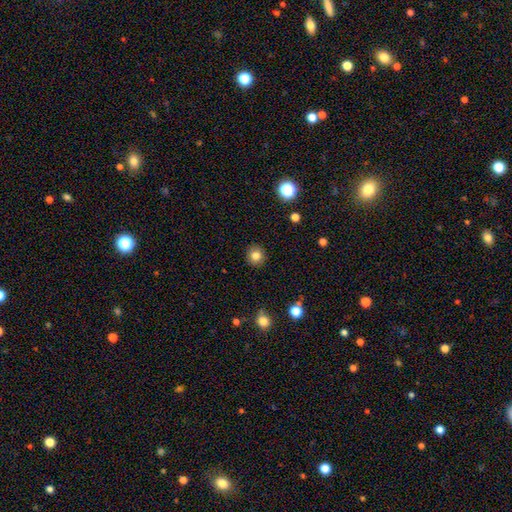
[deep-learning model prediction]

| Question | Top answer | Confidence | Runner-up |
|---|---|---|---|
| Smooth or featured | smooth | 81% | star or artifact (12%) |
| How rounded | round | 90% | in between (9%) |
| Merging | none | 91% | minor disturbance (6%) |